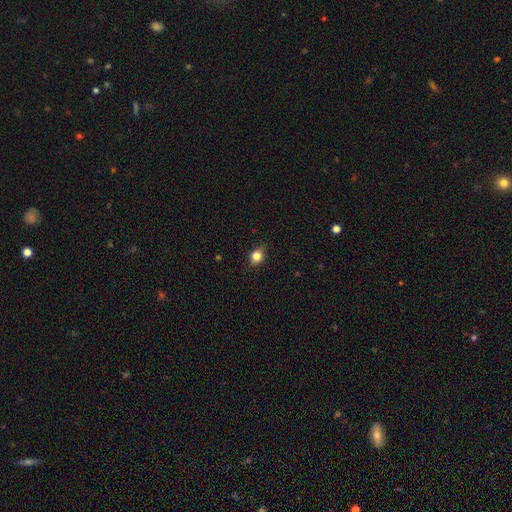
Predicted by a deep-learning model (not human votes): This appears to be a smooth galaxy with no disk features (81%) that is round (58%). Merging: none (80%).